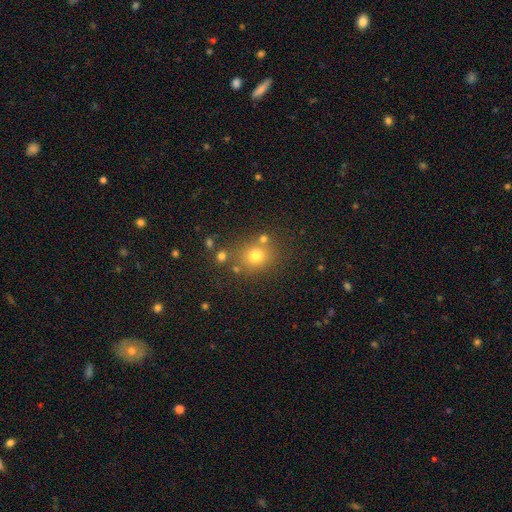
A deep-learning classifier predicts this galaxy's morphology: A smooth galaxy with no disk features (72%) that is round (76%). Merging: none (75%).